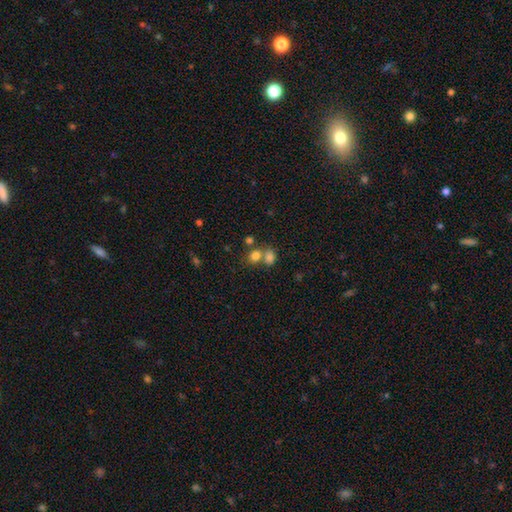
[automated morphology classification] Smooth or featured? Predicted: smooth (p=0.77). How rounded? Predicted: round (p=0.57). Merging? Predicted: merger (p=0.48).